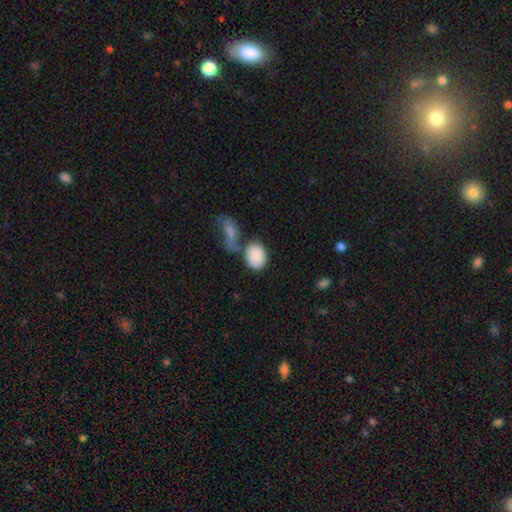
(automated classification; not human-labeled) Q: Smooth or featured?
A: smooth (85%); runner-up: featured or disk (8%)
Q: How rounded?
A: in between (69%); runner-up: round (29%)
Q: Merging?
A: none (43%); runner-up: merger (36%)